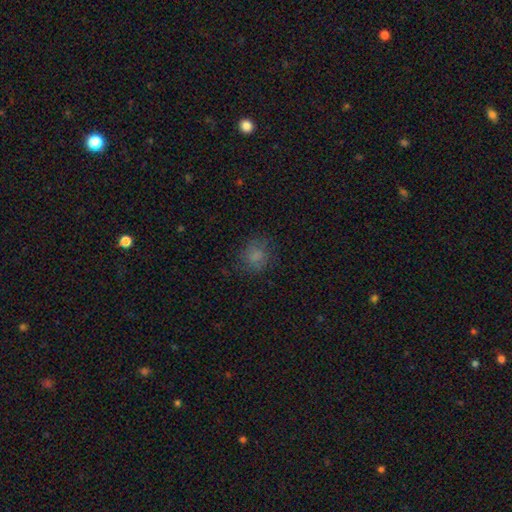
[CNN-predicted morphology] This appears to be a smooth galaxy with no disk features (74%) that is round (72%). Merging: none (74%).